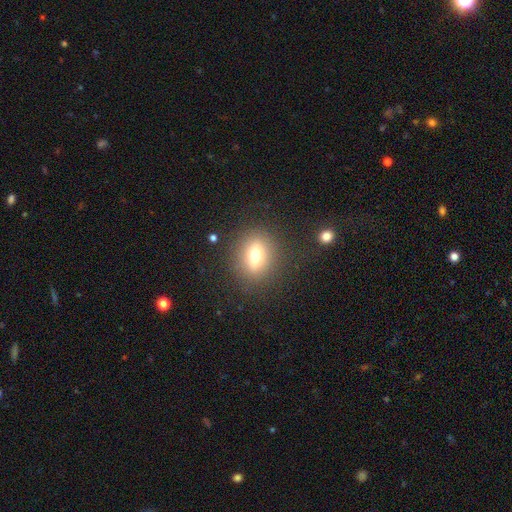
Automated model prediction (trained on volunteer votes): This is likely a smooth galaxy (63%). How rounded: possibly round (50%). Merging: clearly none (84%).